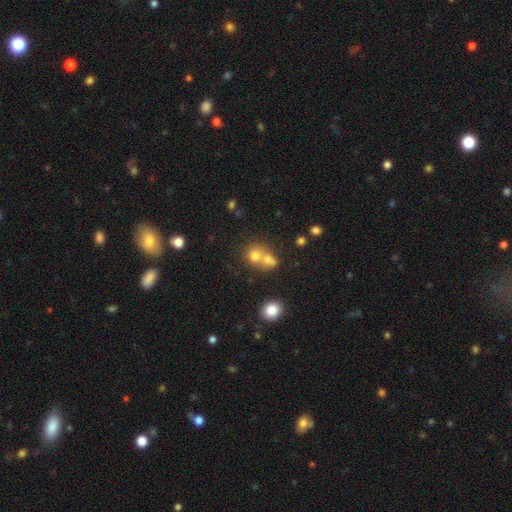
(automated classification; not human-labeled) This is likely a smooth galaxy (72%). How rounded: likely round (79%). Merging: possibly merger (55%).